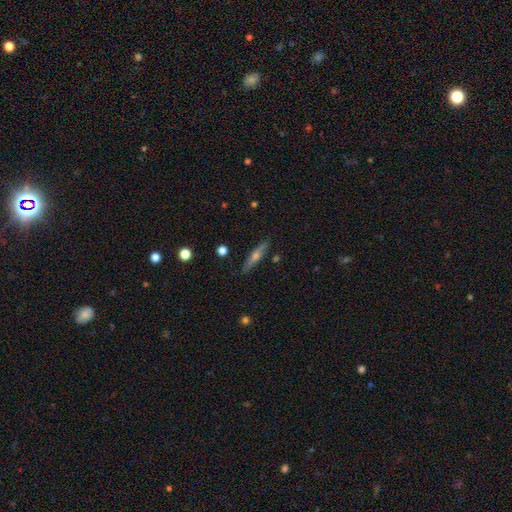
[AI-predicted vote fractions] Smooth or featured?
  - featured or disk: 62% *
  - smooth: 31%
  - star or artifact: 7%
Edge-on disk?
  - yes: 95% *
  - no: 5%
Edge-on bulge?
  - rounded: 87% *
  - none: 9%
  - boxy: 4%
Merging?
  - none: 89% *
  - minor disturbance: 8%
  - major disturbance: 2%
  - merger: 2%